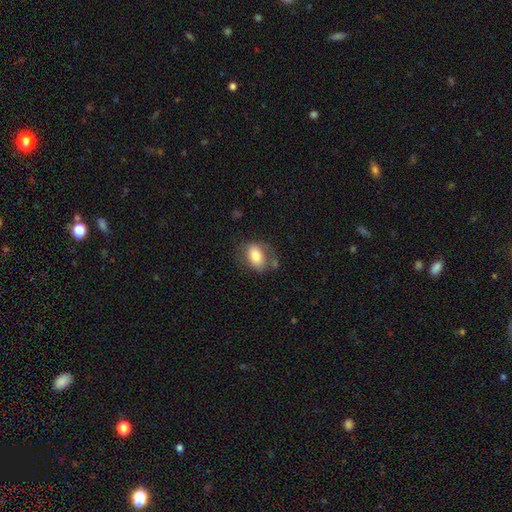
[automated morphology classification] type=smooth (74%); roundness=in between (86%); merging=none (56%).